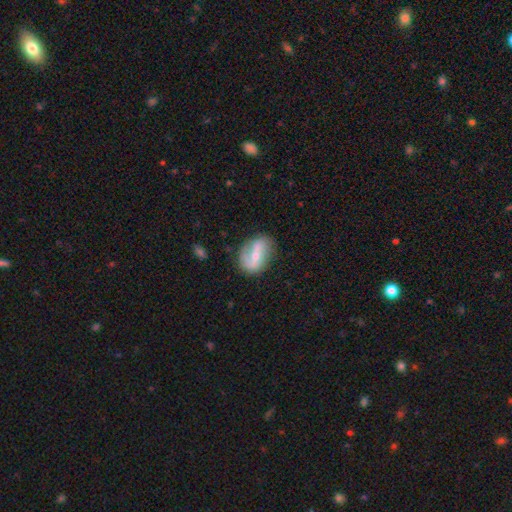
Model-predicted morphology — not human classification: Smooth or featured?
  - featured or disk: 66% *
  - smooth: 27%
  - star or artifact: 7%
Edge-on disk?
  - no: 94% *
  - yes: 6%
Bar?
  - strong: 41% *
  - weak: 36%
  - no: 23%
Spiral arms?
  - yes: 78% *
  - no: 22%
Bulge size?
  - small: 52% *
  - moderate: 41%
  - none: 3%
  - large: 2%
  - dominant: 1%
Merging?
  - none: 70% *
  - minor disturbance: 20%
  - major disturbance: 8%
  - merger: 2%